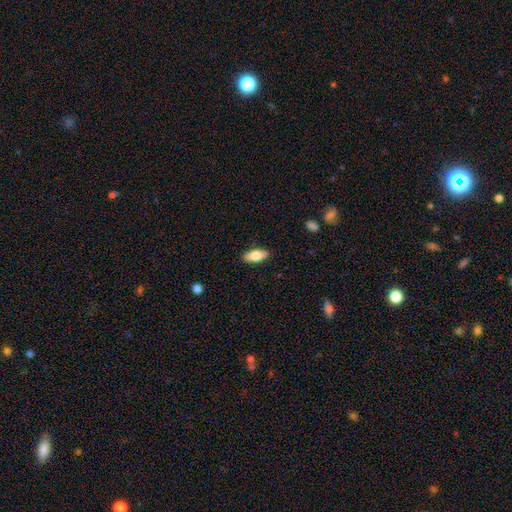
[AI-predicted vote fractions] Overall: smooth (77%). How rounded: in between (81%). Merging: none (89%).